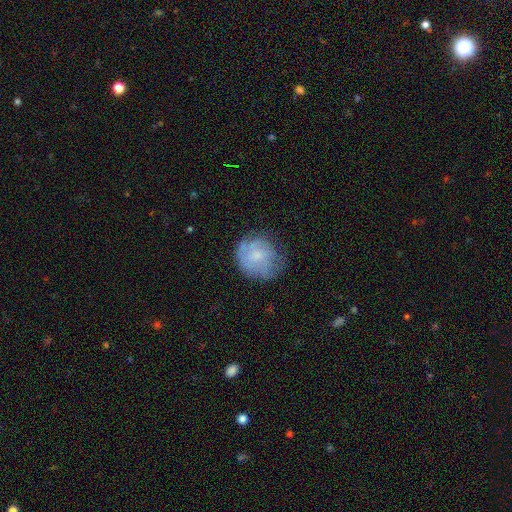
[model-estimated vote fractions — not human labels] Morphology: type=smooth (60%); roundness=round (78%); merging=none (53%).